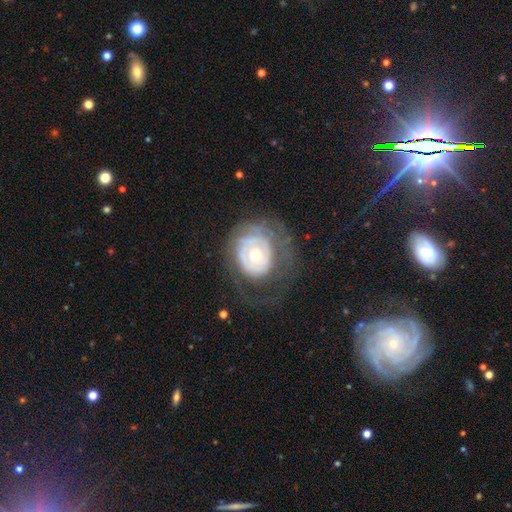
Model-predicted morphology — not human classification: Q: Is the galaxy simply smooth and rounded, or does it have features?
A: featured or disk — 72%.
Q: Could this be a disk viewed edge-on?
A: no — 97%.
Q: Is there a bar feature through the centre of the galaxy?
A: no — 81%.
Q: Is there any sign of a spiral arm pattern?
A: yes — 68%.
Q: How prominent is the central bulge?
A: moderate — 56%.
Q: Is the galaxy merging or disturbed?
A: none — 50%.